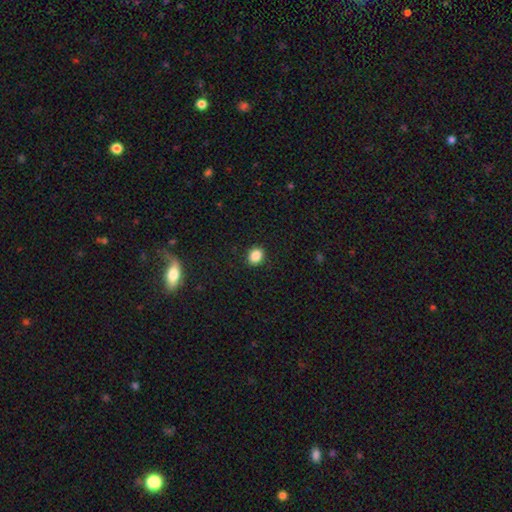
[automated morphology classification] A smooth galaxy with no disk features (87%) that is round (56%). Merging: none (90%).